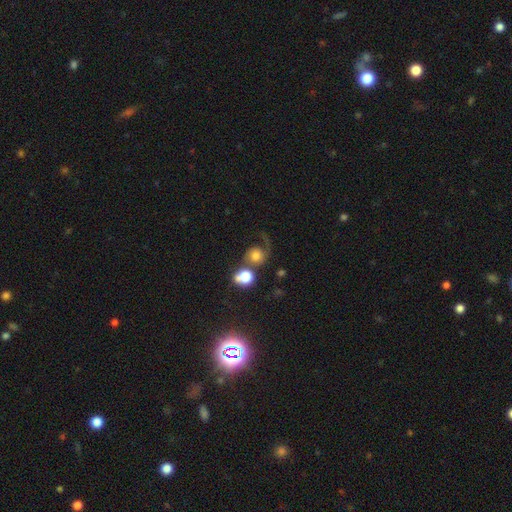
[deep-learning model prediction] Morphology: type=smooth (47%); merging=major disturbance (32%).